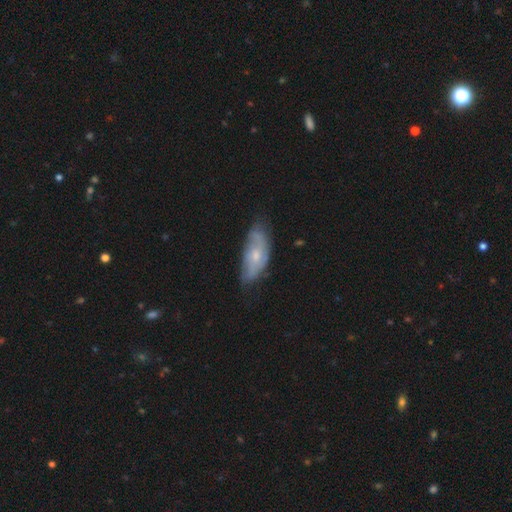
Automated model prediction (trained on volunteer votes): The model was most divided on "smooth or featured": featured or disk: 54%, smooth: 40%, star or artifact: 6%. More confident: edge-on disk — no (87%); merging — none (61%).